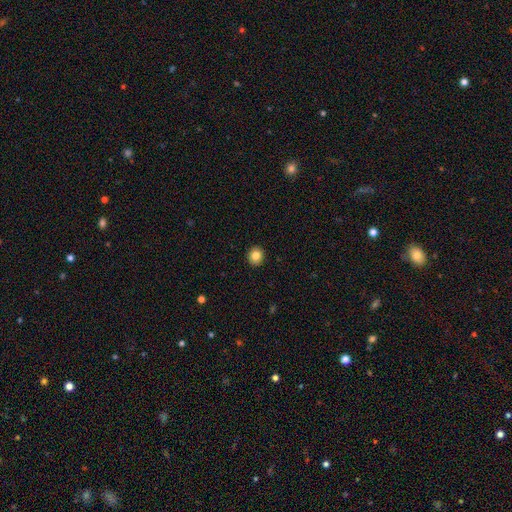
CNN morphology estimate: This is clearly a smooth galaxy (83%). How rounded: clearly round (87%). Merging: clearly none (93%).